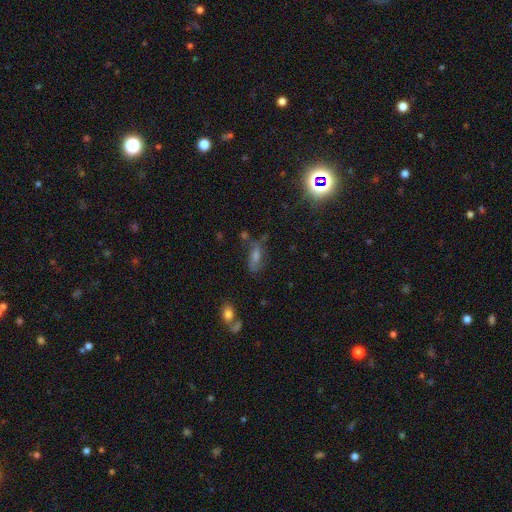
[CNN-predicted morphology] This appears to be a smooth galaxy with no disk features (38%). Merging: none (61%).